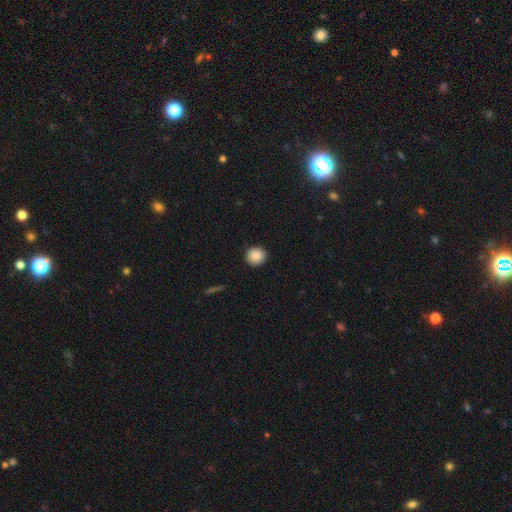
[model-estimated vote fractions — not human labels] smooth_or_featured: smooth (p=0.87) [alt: star or artifact p=0.08]
how_rounded: round (p=0.93) [alt: in between p=0.06]
merging: none (p=0.92) [alt: minor disturbance p=0.05]